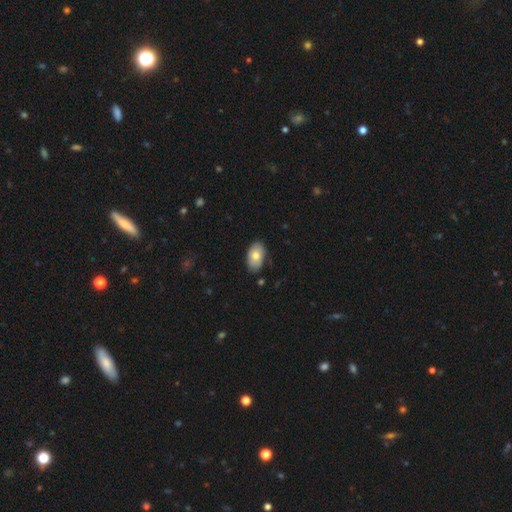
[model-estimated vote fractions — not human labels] The model was most divided on "smooth or featured": smooth: 75%, featured or disk: 18%, star or artifact: 7%. More confident: how rounded — in between (92%); merging — none (82%).